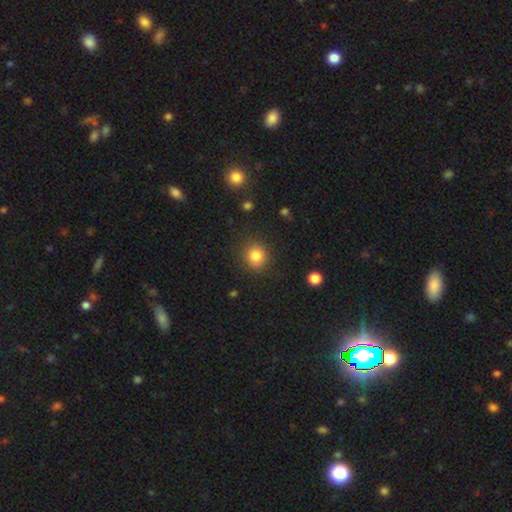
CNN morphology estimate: type=smooth (83%); roundness=round (83%); merging=none (85%).